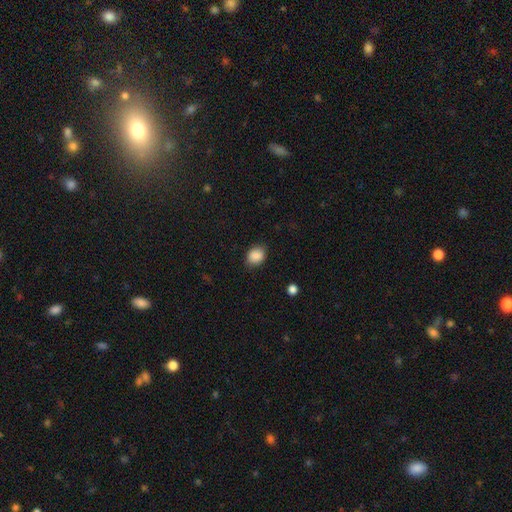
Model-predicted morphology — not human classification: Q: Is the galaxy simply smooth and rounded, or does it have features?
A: smooth — 88%.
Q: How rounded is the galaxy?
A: in between — 51%.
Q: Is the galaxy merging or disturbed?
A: none — 82%.